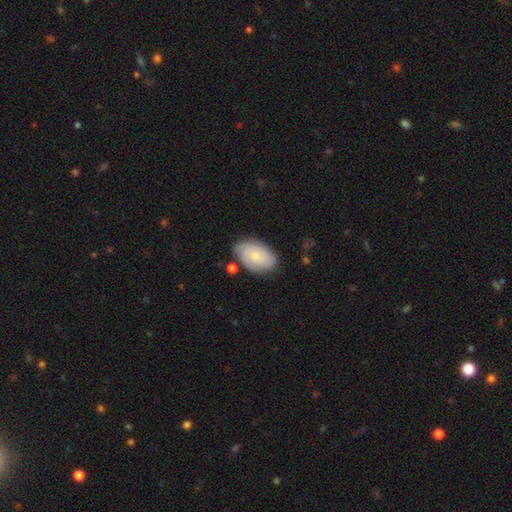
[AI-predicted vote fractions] This appears to be a smooth galaxy with no disk features (55%) that is in between round and cigar-shaped (91%). Merging: none (75%).